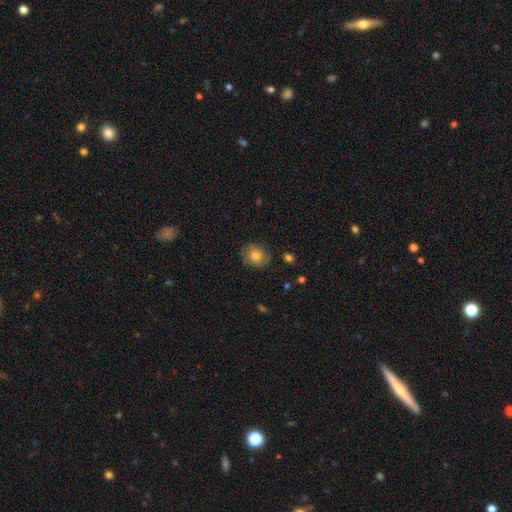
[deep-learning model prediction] Q: Smooth or featured?
A: smooth (62%); runner-up: featured or disk (29%)
Q: How rounded?
A: round (58%); runner-up: in between (41%)
Q: Merging?
A: none (76%); runner-up: minor disturbance (17%)